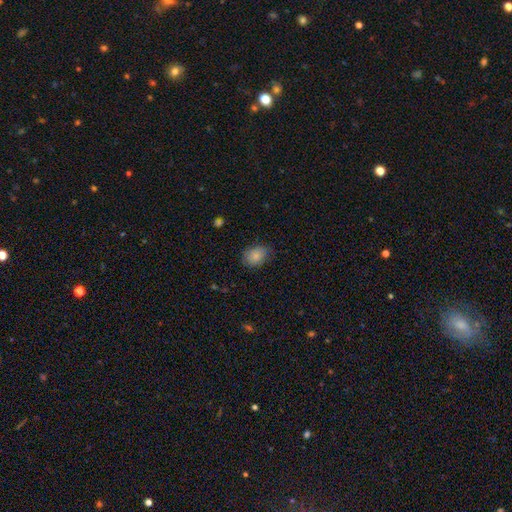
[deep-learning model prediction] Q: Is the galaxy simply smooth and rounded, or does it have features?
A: smooth — 84%.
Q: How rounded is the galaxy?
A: in between — 66%.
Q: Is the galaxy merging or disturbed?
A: none — 75%.